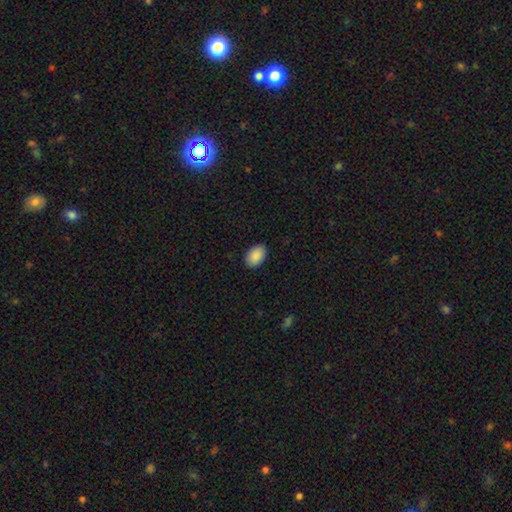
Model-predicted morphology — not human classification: smooth 91%, star or artifact 6%, featured or disk 3%. Down the decision tree: how rounded — in between (89%); merging — none (90%).